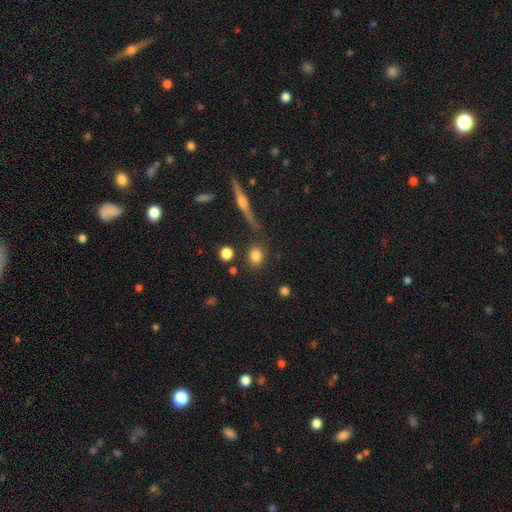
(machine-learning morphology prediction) Smooth or featured?
  - smooth: 81% *
  - star or artifact: 10%
  - featured or disk: 9%
How rounded?
  - round: 60% *
  - in between: 37%
  - cigar-shaped: 4%
Merging?
  - none: 81% *
  - minor disturbance: 9%
  - merger: 6%
  - major disturbance: 3%